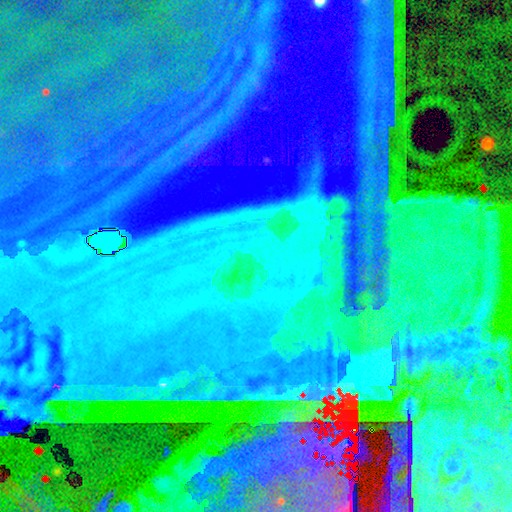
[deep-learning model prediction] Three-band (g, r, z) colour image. It shows a star or artifact, not a galaxy (89%).